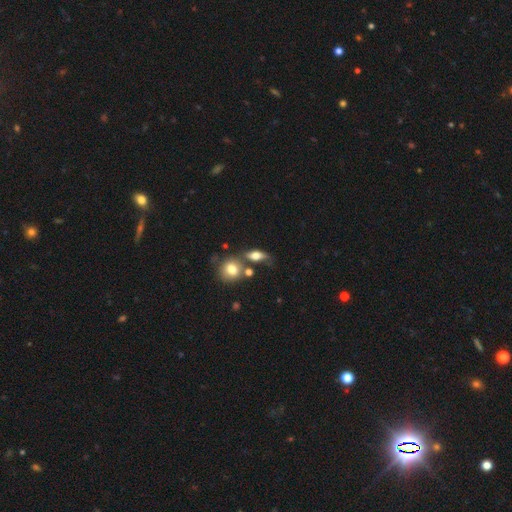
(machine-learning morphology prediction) smooth 65%, featured or disk 25%, star or artifact 10%. Down the decision tree: how rounded — in between (65%); merging — none (47%).